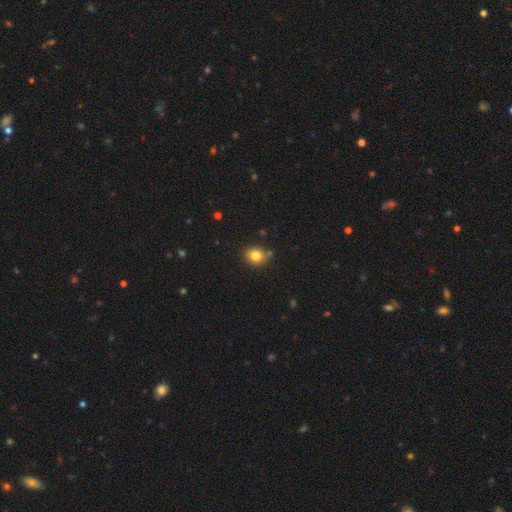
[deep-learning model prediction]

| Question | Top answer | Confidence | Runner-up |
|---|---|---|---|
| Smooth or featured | smooth | 82% | star or artifact (11%) |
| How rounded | round | 59% | in between (40%) |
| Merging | none | 79% | minor disturbance (12%) |